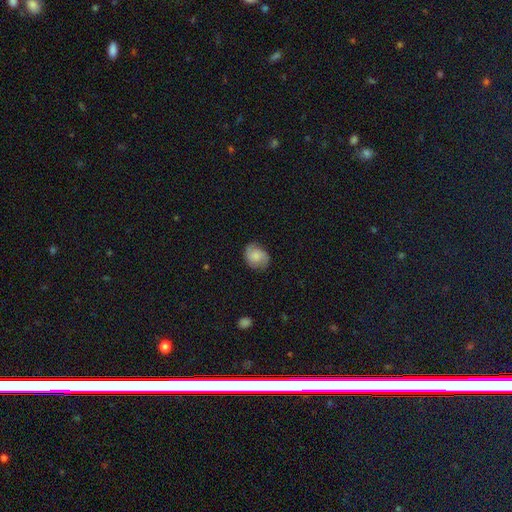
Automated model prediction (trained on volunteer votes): Smooth or featured?
  - smooth: 58% *
  - featured or disk: 34%
  - star or artifact: 8%
How rounded?
  - in between: 52% *
  - round: 47%
  - cigar-shaped: 1%
Merging?
  - none: 70% *
  - minor disturbance: 23%
  - major disturbance: 6%
  - merger: 1%